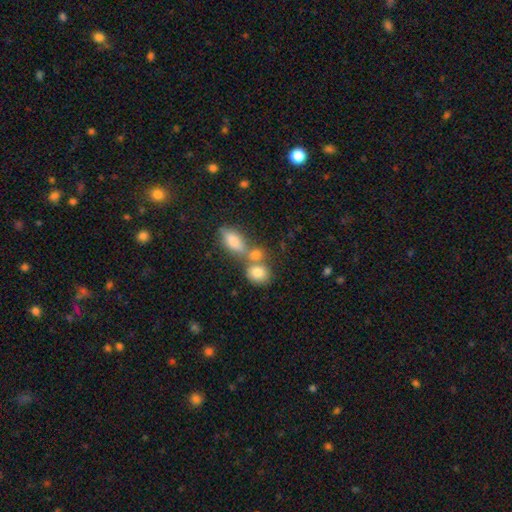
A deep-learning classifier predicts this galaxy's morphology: smooth-or-featured: smooth: 76% | featured or disk: 13% | star or artifact: 11%
  how-rounded: in between: 56% | round: 38% | cigar-shaped: 7%
  merging: merger: 44% | none: 41% | minor disturbance: 10% | major disturbance: 5%